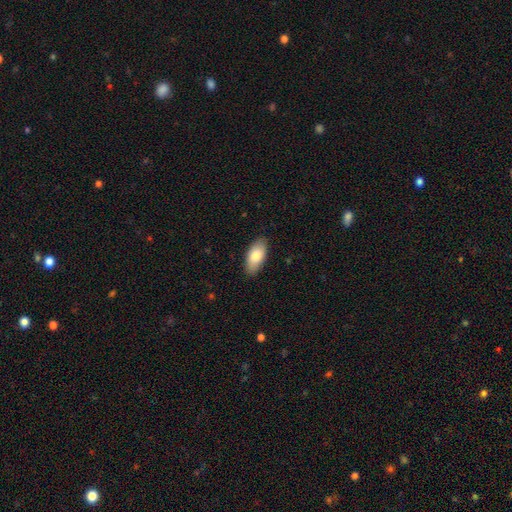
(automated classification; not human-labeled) This appears to be a smooth galaxy with no disk features (80%) that is in between round and cigar-shaped (91%). Merging: none (87%).